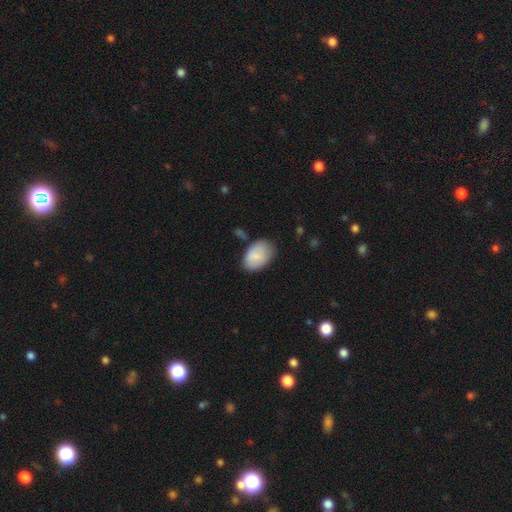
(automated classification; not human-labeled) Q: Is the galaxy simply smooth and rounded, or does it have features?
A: smooth — 86%.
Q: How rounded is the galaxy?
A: in between — 89%.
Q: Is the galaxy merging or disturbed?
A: none — 65%.